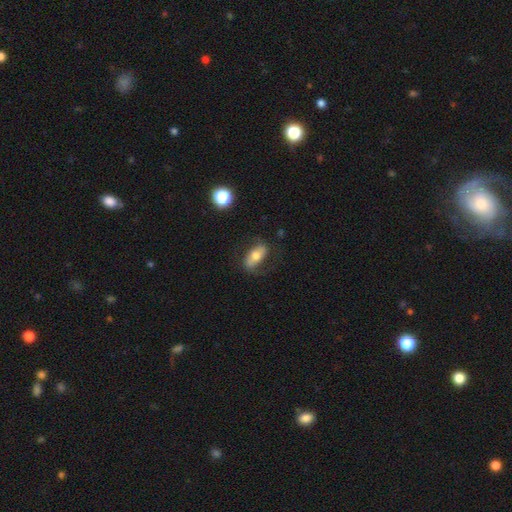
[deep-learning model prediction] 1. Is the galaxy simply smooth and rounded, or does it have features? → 54% smooth, 38% featured or disk, 8% star or artifact.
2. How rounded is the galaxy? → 83% in between, 11% cigar-shaped, 6% round.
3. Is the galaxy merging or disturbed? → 69% none, 19% minor disturbance, 11% major disturbance, 2% merger.